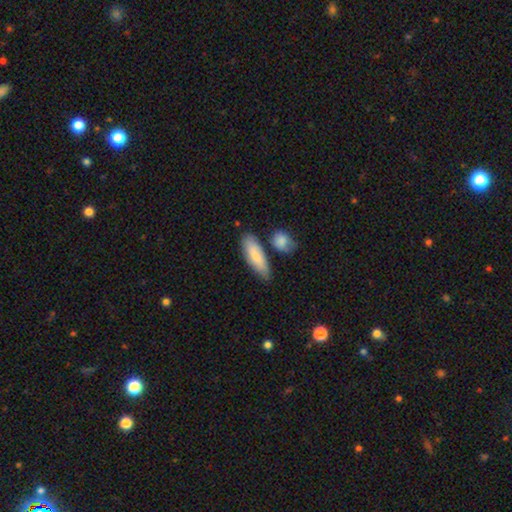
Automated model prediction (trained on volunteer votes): A smooth galaxy with no disk features (79%) that is in between round and cigar-shaped (51%).

Vote fractions:
- Smooth or featured? smooth: 79% / featured or disk: 15% / star or artifact: 5%
- How rounded? in between: 51% / cigar-shaped: 47% / round: 2%
- Merging? none: 74% / minor disturbance: 14% / merger: 9% / major disturbance: 3%